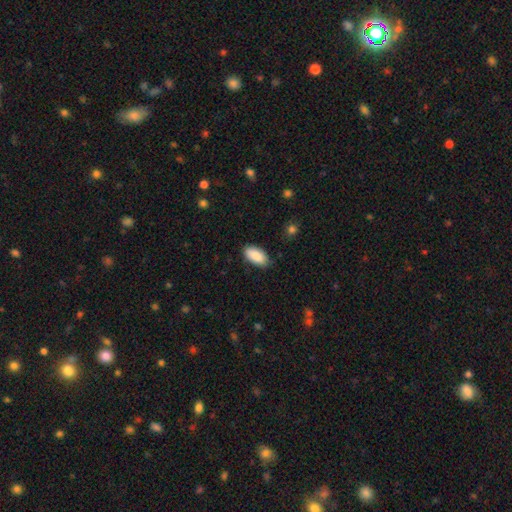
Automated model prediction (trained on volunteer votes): Smooth or featured? Predicted: smooth (p=0.89). How rounded? Predicted: in between (p=0.94). Merging? Predicted: none (p=0.83).